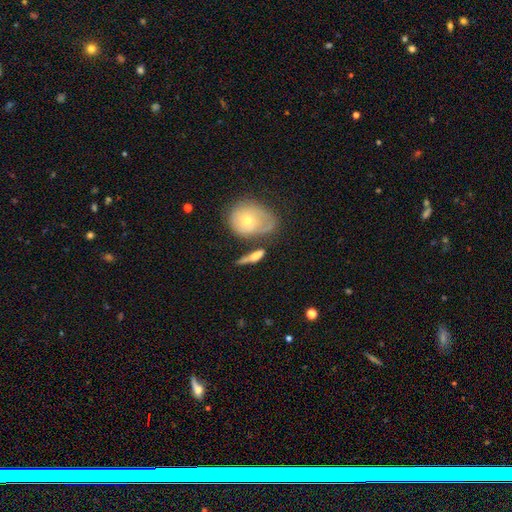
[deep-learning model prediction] Smooth or featured? Predicted: smooth (p=0.50). How rounded? Predicted: in between (p=0.52). Merging? Predicted: none (p=0.44).